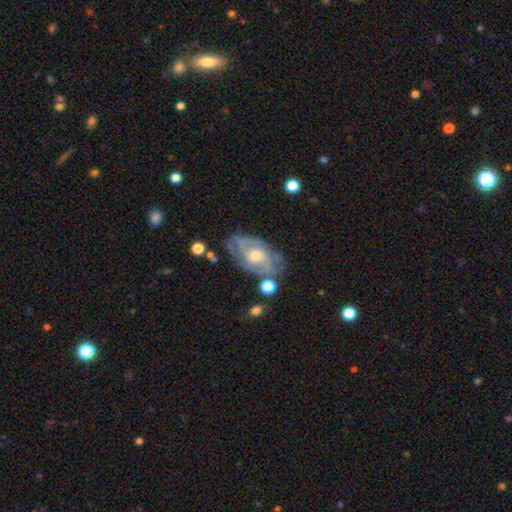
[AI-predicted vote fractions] smooth-or-featured: featured or disk: 84% | smooth: 10% | star or artifact: 6%
  disk-edge-on: no: 95% | yes: 5%
    bar: no: 56% | weak: 36% | strong: 8%
    has-spiral-arms: yes: 93% | no: 7%
      spiral-winding: tight: 49% | medium: 40% | loose: 10%
      spiral-arm-count: 2: 48% | can't tell: 23% | 3: 18% | 4: 5% | 1: 4% | more than 4: 3%
    bulge-size: moderate: 60% | small: 33% | large: 4% | none: 2% | dominant: 1%
  merging: none: 70% | minor disturbance: 19% | major disturbance: 7% | merger: 4%